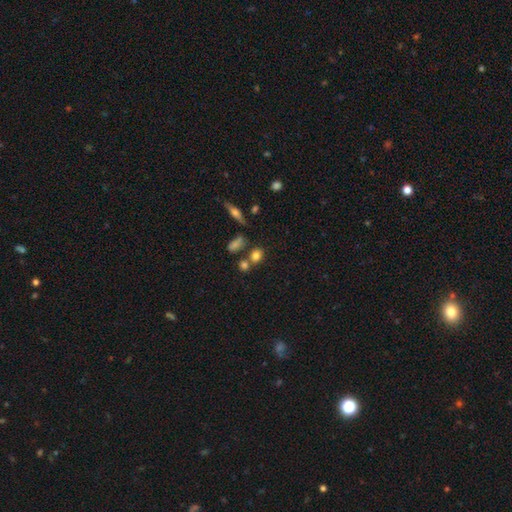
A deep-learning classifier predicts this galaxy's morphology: A smooth galaxy with no disk features (77%) that is round (58%). Merging: none (59%).